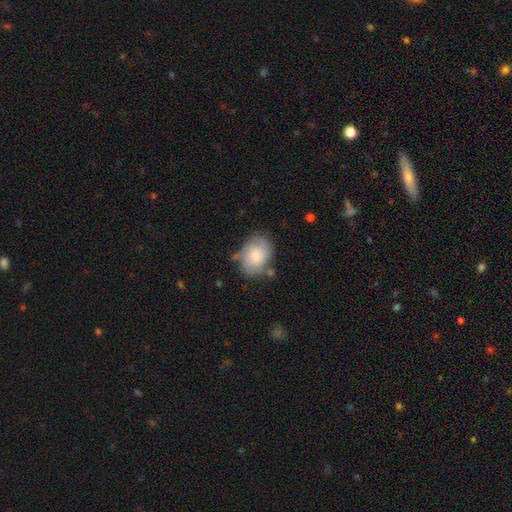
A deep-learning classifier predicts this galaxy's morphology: A smooth galaxy with no disk features (72%) that is in between round and cigar-shaped (67%).

Vote fractions:
- Smooth or featured? smooth: 72% / featured or disk: 22% / star or artifact: 7%
- How rounded? in between: 67% / round: 32% / cigar-shaped: 1%
- Merging? none: 57% / minor disturbance: 28% / major disturbance: 9% / merger: 6%